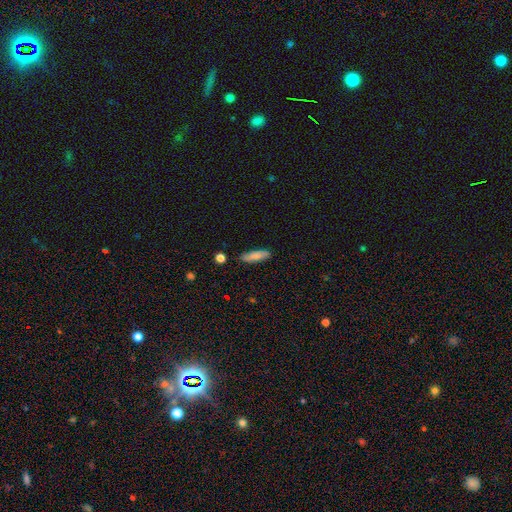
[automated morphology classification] smooth_or_featured: smooth (p=0.80) [alt: featured or disk p=0.13]
how_rounded: cigar-shaped (p=0.58) [alt: in between p=0.40]
merging: none (p=0.86) [alt: minor disturbance p=0.11]